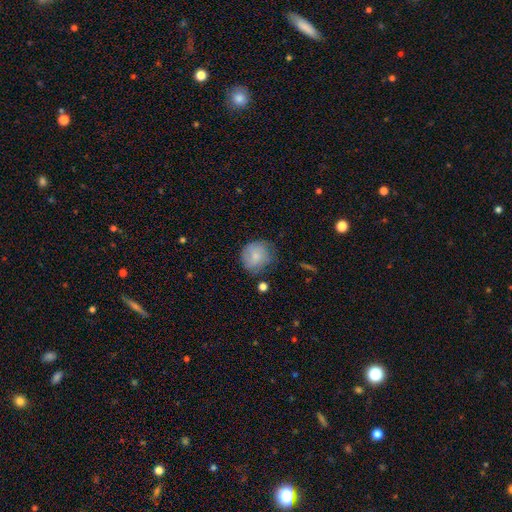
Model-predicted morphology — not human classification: smooth 76%, featured or disk 16%, star or artifact 8%. Down the decision tree: how rounded — round (83%); merging — none (59%).